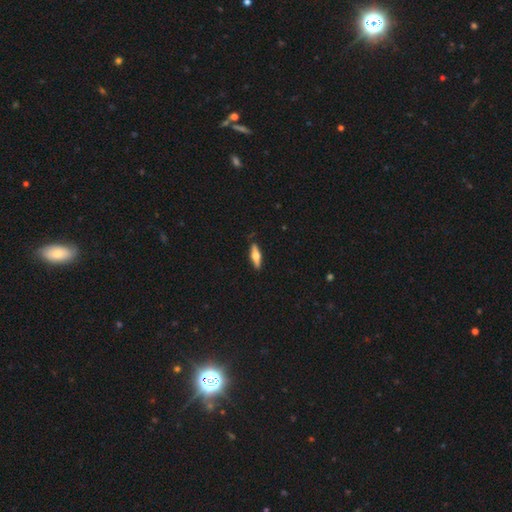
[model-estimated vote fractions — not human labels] Smooth or featured: smooth — 48% (featured or disk — 46%)
Merging: none — 87% (minor disturbance — 10%)